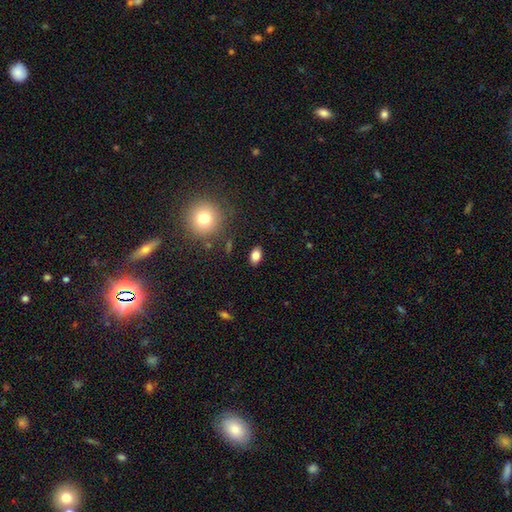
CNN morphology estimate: smooth 82%, star or artifact 10%, featured or disk 8%. Down the decision tree: how rounded — in between (85%); merging — none (87%).